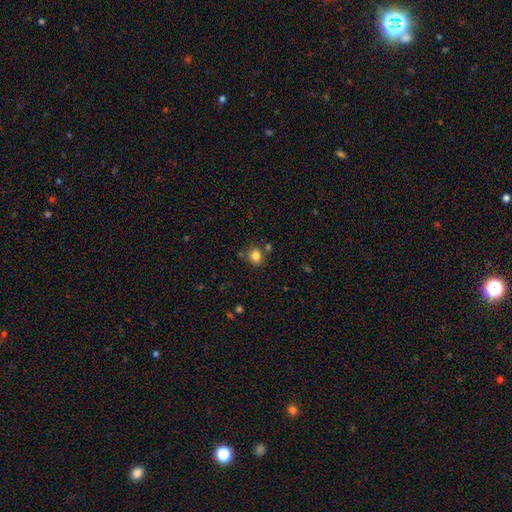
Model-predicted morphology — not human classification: Q: Smooth or featured?
A: smooth (82%); runner-up: star or artifact (12%)
Q: How rounded?
A: round (70%); runner-up: in between (29%)
Q: Merging?
A: none (74%); runner-up: minor disturbance (13%)